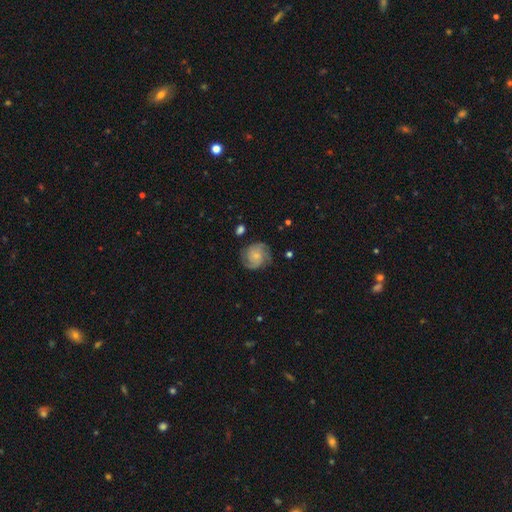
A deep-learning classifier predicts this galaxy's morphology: smooth_or_featured: featured or disk (p=0.73) [alt: smooth p=0.20]
disk_edge_on: no (p=0.98) [alt: yes p=0.02]
bar: no (p=0.74) [alt: weak p=0.22]
has_spiral_arms: yes (p=0.95) [alt: no p=0.05]
spiral_winding: tight (p=0.48) [alt: medium p=0.40]
spiral_arm_count: 2 (p=0.44) [alt: 3 p=0.27]
bulge_size: small (p=0.67) [alt: moderate p=0.21]
merging: none (p=0.77) [alt: minor disturbance p=0.15]